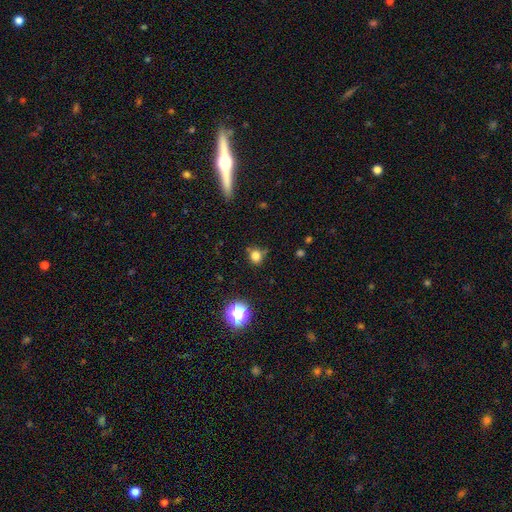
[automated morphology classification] A smooth galaxy with no disk features (78%) that is round (82%).

Vote fractions:
- Smooth or featured? smooth: 78% / star or artifact: 16% / featured or disk: 5%
- How rounded? round: 82% / in between: 17% / cigar-shaped: 1%
- Merging? none: 75% / minor disturbance: 16% / merger: 5% / major disturbance: 4%